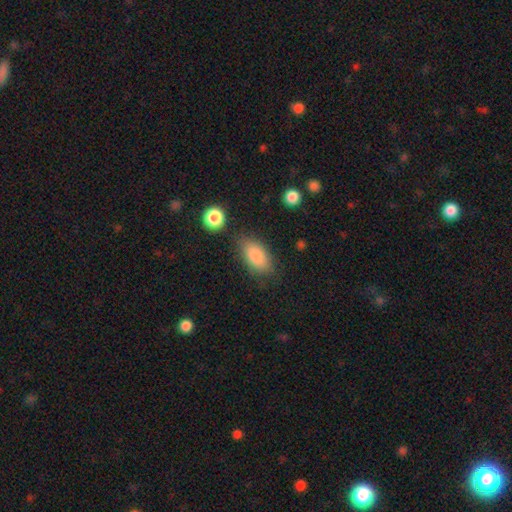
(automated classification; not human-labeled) A smooth galaxy with no disk features (85%) that is in between round and cigar-shaped (90%).

Vote fractions:
- Smooth or featured? smooth: 85% / star or artifact: 8% / featured or disk: 7%
- How rounded? in between: 90% / cigar-shaped: 5% / round: 4%
- Merging? none: 77% / minor disturbance: 15% / major disturbance: 4% / merger: 4%